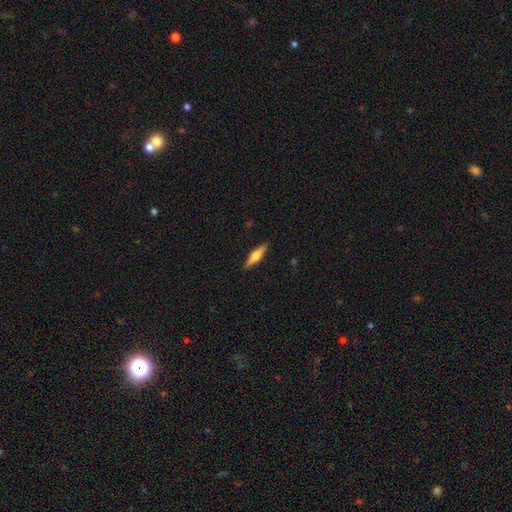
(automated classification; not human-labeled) A smooth galaxy with no disk features (49%). Merging: none (90%).